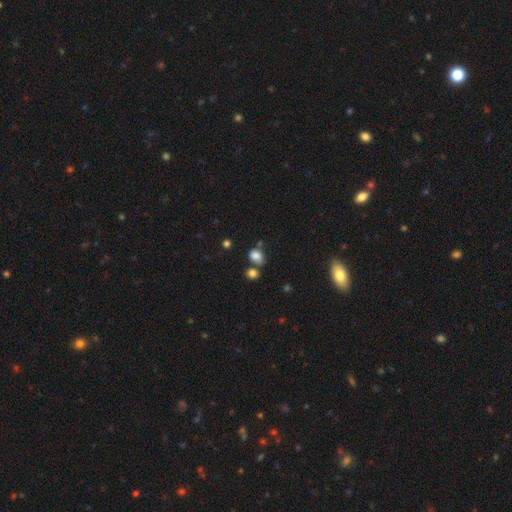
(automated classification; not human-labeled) smooth-or-featured: smooth: 81% | star or artifact: 12% | featured or disk: 7%
  how-rounded: in between: 63% | round: 36% | cigar-shaped: 1%
  merging: none: 51% | merger: 26% | minor disturbance: 17% | major disturbance: 6%